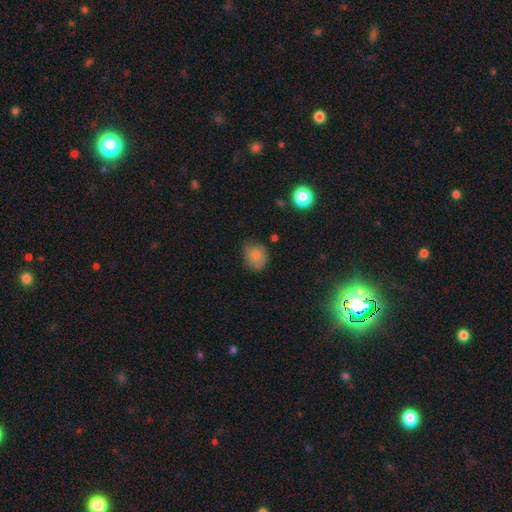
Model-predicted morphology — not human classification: A smooth galaxy with no disk features (74%) that is round (60%). Merging: none (55%).